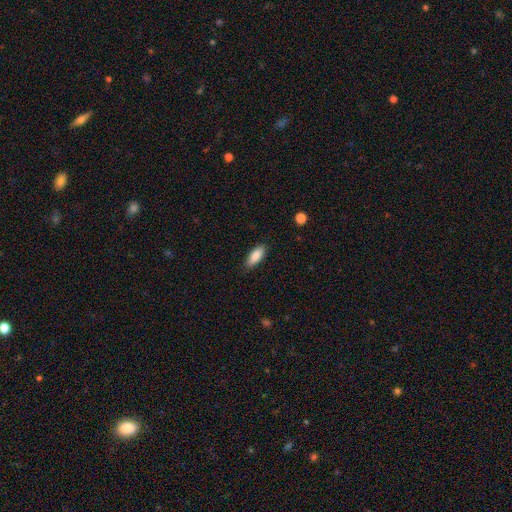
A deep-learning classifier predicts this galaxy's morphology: smooth-or-featured: smooth: 88% | star or artifact: 6% | featured or disk: 6%
  how-rounded: in between: 78% | cigar-shaped: 20% | round: 2%
  merging: none: 86% | minor disturbance: 11% | major disturbance: 2% | merger: 1%